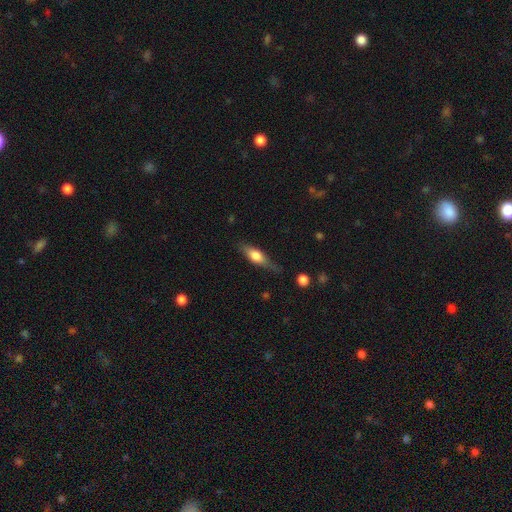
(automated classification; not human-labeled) Q: Smooth or featured?
A: smooth (57%); runner-up: featured or disk (37%)
Q: How rounded?
A: in between (51%); runner-up: cigar-shaped (46%)
Q: Merging?
A: none (68%); runner-up: minor disturbance (23%)